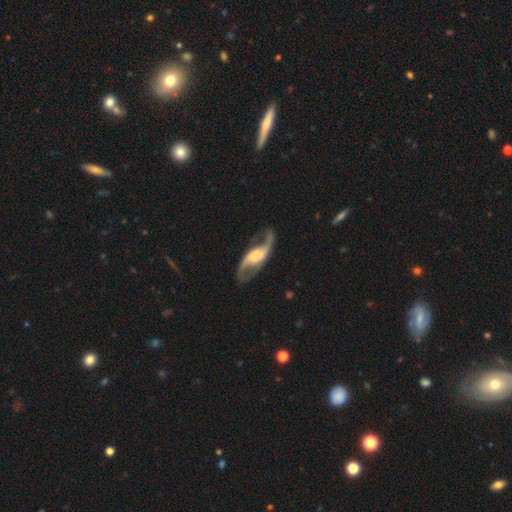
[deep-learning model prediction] featured or disk 88%, smooth 7%, star or artifact 5%. Down the decision tree: edge-on disk — no (93%); bar — no (40%); spiral arms — yes (96%); spiral arm count — 2 (93%); spiral winding — loose (71%); bulge size — large (33%); merging — none (78%).